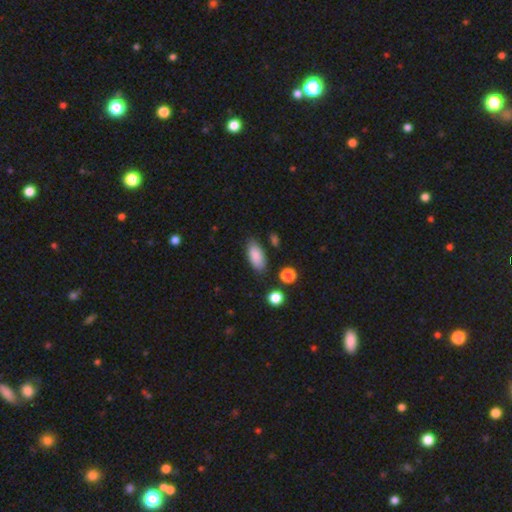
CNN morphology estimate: Smooth or featured? Predicted: smooth (p=0.87). How rounded? Predicted: in between (p=0.88). Merging? Predicted: none (p=0.81).